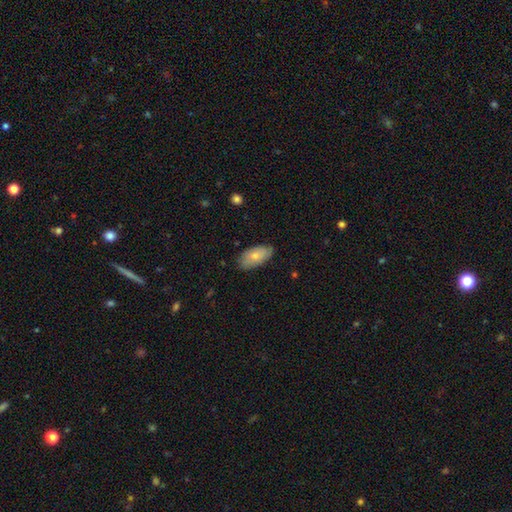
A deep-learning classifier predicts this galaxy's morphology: smooth_or_featured: smooth (p=0.73) [alt: featured or disk p=0.21]
how_rounded: in between (p=0.94) [alt: cigar-shaped p=0.03]
merging: none (p=0.77) [alt: minor disturbance p=0.19]